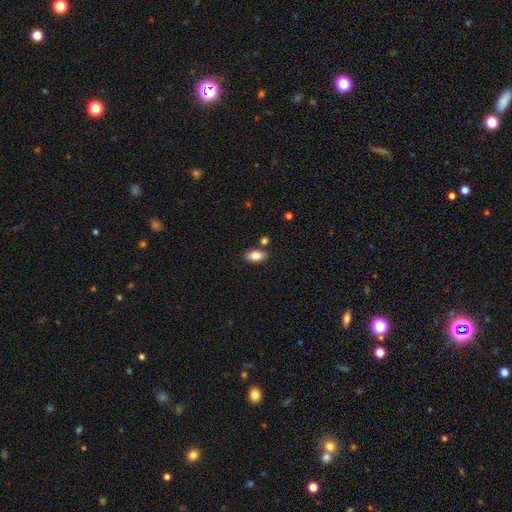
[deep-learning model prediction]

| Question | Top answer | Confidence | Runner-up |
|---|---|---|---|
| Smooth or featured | smooth | 85% | featured or disk (8%) |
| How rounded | in between | 92% | round (5%) |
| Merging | none | 81% | minor disturbance (11%) |